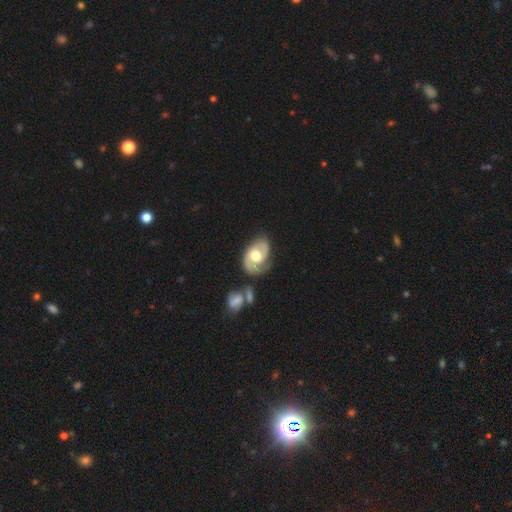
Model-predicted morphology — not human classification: Smooth or featured? featured or disk (74%)
Edge-on disk? no (97%)
Bar? no (61%)
Spiral arms? yes (87%)
Spiral winding? medium (44%)
Spiral arm count? 2 (75%)
Bulge size? moderate (65%)
Merging? none (57%)